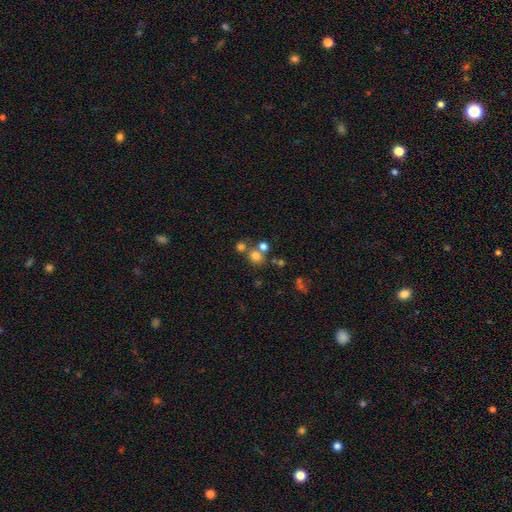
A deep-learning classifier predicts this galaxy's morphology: smooth-or-featured: smooth: 73% | star or artifact: 17% | featured or disk: 10%
  how-rounded: round: 78% | in between: 21% | cigar-shaped: 1%
  merging: none: 55% | merger: 32% | minor disturbance: 8% | major disturbance: 4%